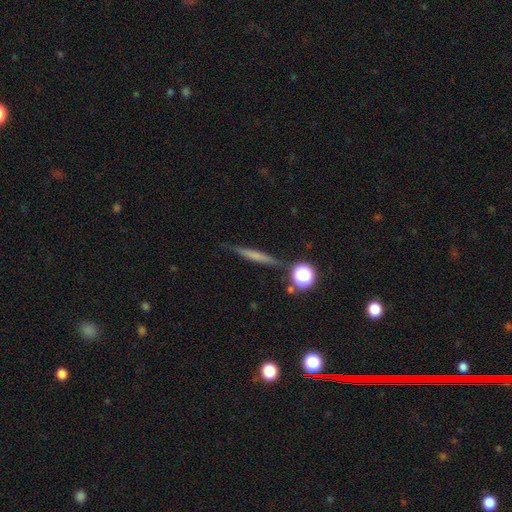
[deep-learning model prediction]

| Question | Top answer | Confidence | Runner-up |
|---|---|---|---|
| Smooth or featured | smooth | 52% | featured or disk (37%) |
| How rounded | cigar-shaped | 87% | round (7%) |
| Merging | none | 82% | minor disturbance (12%) |